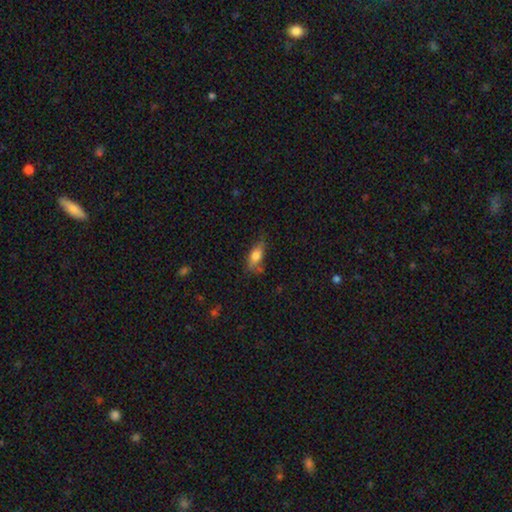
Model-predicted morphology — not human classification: Smooth or featured? Predicted: smooth (p=0.74). How rounded? Predicted: in between (p=0.79). Merging? Predicted: none (p=0.57).